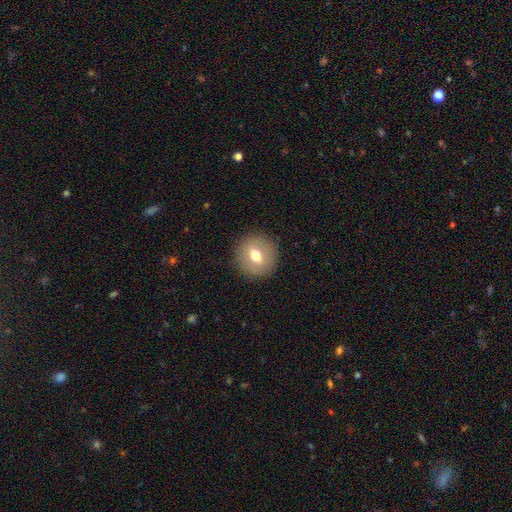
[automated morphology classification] smooth-or-featured: smooth: 64% | featured or disk: 27% | star or artifact: 9%
  how-rounded: round: 87% | in between: 12% | cigar-shaped: 1%
  merging: none: 89% | minor disturbance: 7% | major disturbance: 3% | merger: 1%